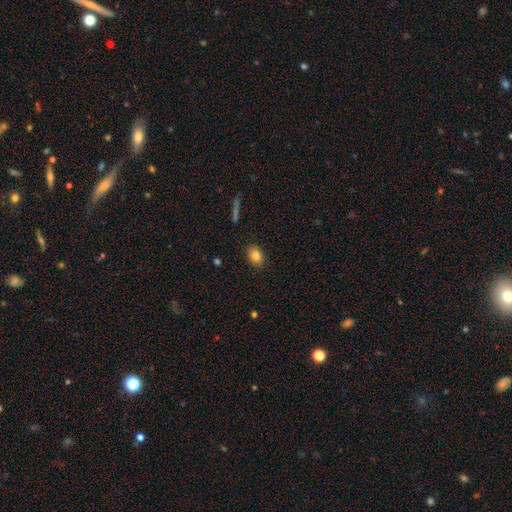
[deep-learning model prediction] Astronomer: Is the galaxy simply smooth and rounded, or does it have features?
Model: smooth — 82%.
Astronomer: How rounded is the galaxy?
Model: in between — 78%.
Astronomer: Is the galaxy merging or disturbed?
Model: none — 87%.